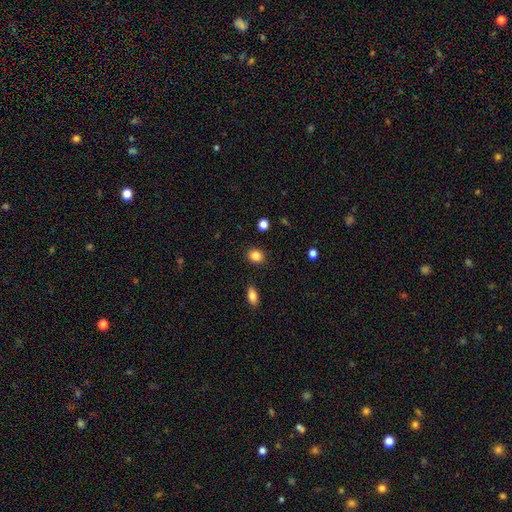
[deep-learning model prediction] Smooth or featured? smooth (86%)
How rounded? round (70%)
Merging? none (90%)